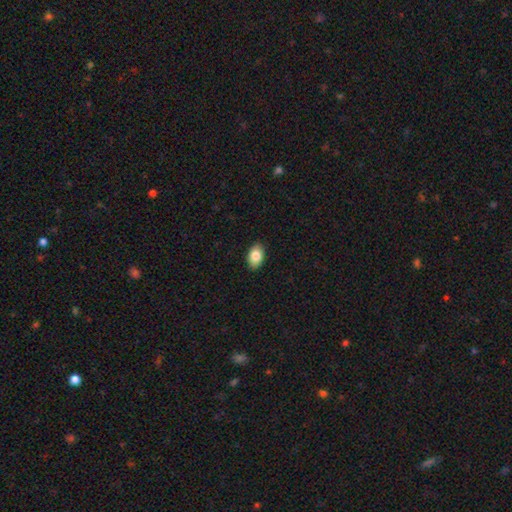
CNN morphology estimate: The model was most divided on "smooth or featured": smooth: 85%, featured or disk: 8%, star or artifact: 7%. More confident: how rounded — in between (90%); merging — none (89%).